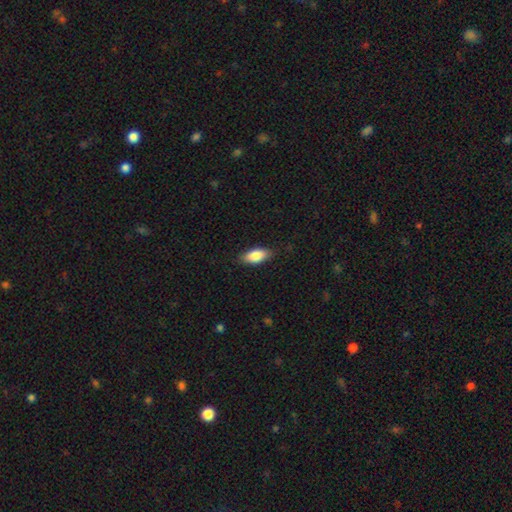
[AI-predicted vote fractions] This is clearly a smooth galaxy (84%). How rounded: clearly in between (88%). Merging: clearly none (85%).